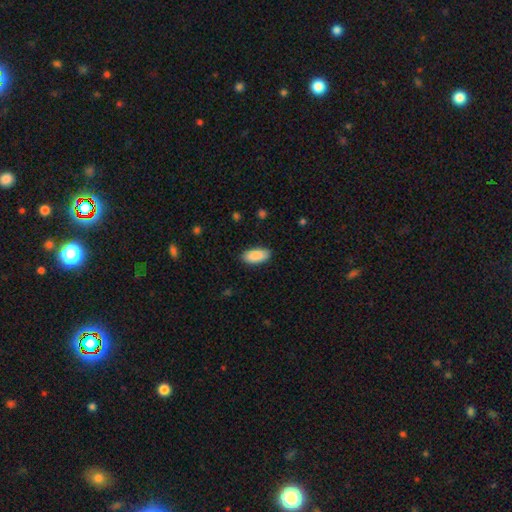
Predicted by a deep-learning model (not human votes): A smooth galaxy with no disk features (90%) that is in between round and cigar-shaped (91%). Merging: none (88%).